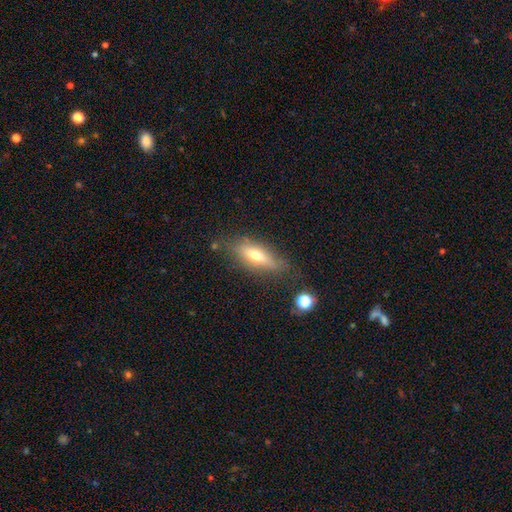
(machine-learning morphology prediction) A smooth galaxy with no disk features (51%) that is in between round and cigar-shaped (50%). Merging: none (74%).